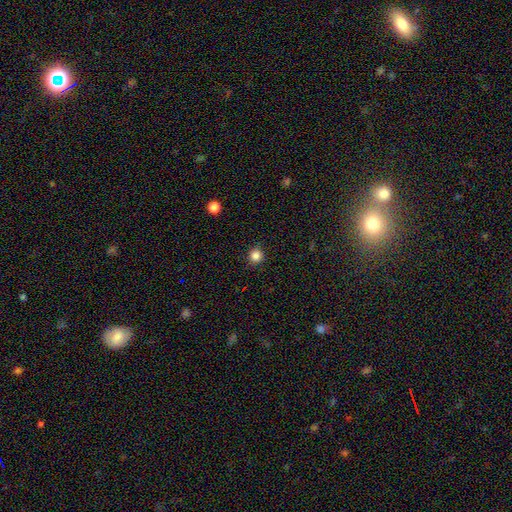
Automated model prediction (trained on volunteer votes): smooth_or_featured: smooth (p=0.84) [alt: star or artifact p=0.12]
how_rounded: round (p=0.92) [alt: in between p=0.07]
merging: none (p=0.90) [alt: minor disturbance p=0.07]